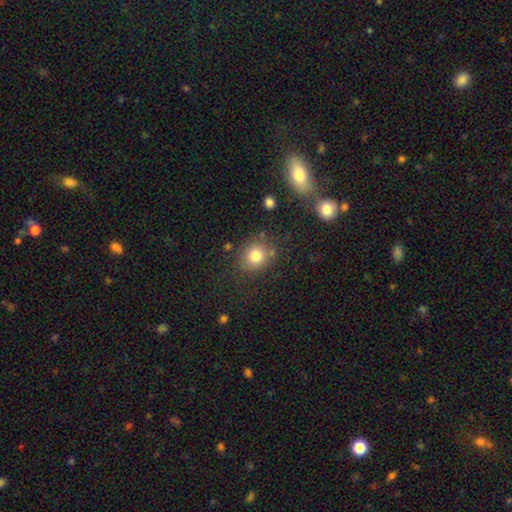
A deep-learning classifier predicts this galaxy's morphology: Smooth or featured? Predicted: smooth (p=0.81). How rounded? Predicted: round (p=0.81). Merging? Predicted: none (p=0.78).